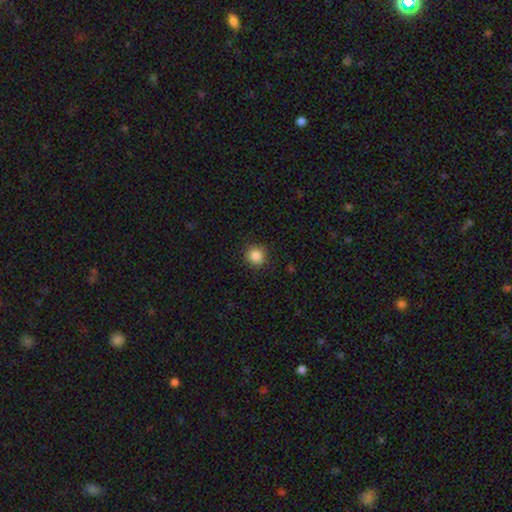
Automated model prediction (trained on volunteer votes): smooth-or-featured: smooth: 86% | star or artifact: 10% | featured or disk: 4%
  how-rounded: round: 92% | in between: 7% | cigar-shaped: 1%
  merging: none: 89% | minor disturbance: 7% | major disturbance: 2% | merger: 1%